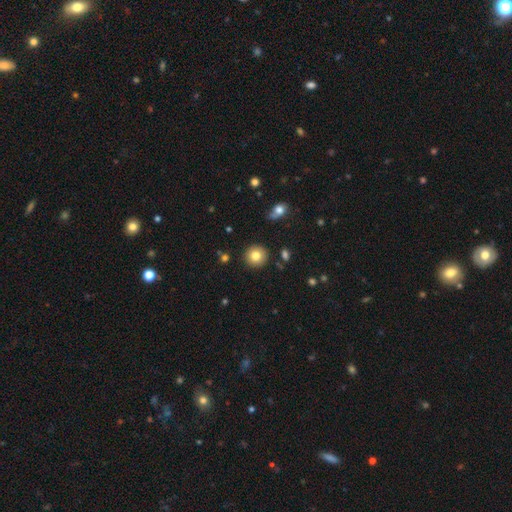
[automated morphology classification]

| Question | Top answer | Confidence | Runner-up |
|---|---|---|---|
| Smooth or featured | smooth | 80% | star or artifact (10%) |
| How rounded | round | 93% | in between (6%) |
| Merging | none | 90% | minor disturbance (6%) |